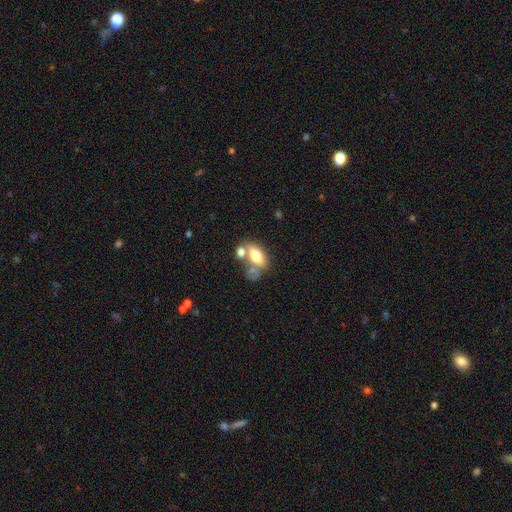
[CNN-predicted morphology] smooth_or_featured: smooth (p=0.67) [alt: featured or disk p=0.25]
how_rounded: in between (p=0.85) [alt: cigar-shaped p=0.08]
merging: merger (p=0.43) [alt: none p=0.33]